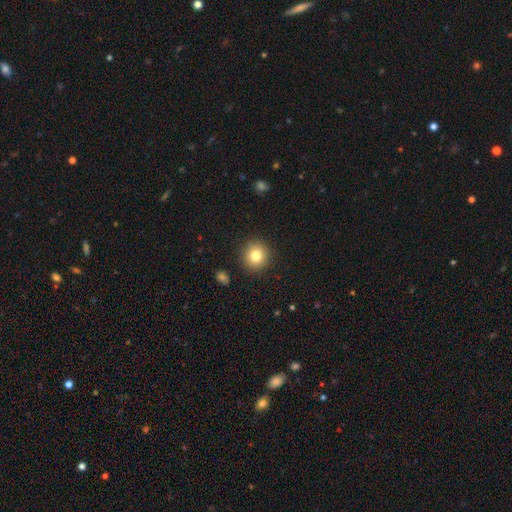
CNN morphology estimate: Overall: smooth (80%). How rounded: round (91%). Merging: none (91%).